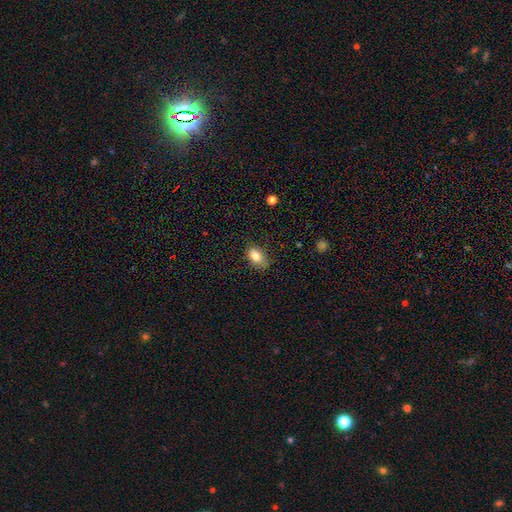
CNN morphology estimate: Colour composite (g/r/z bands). It shows a smooth galaxy with no disk features (83%) that is in between round and cigar-shaped (85%). Merging: none (71%).